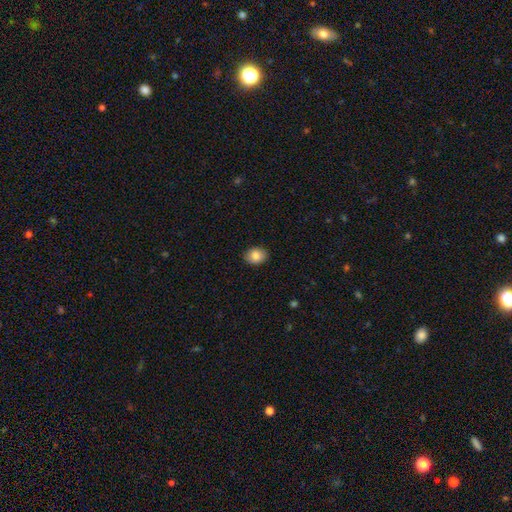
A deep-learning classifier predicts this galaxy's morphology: This is clearly a smooth galaxy (85%). How rounded: possibly in between (54%). Merging: clearly none (89%).